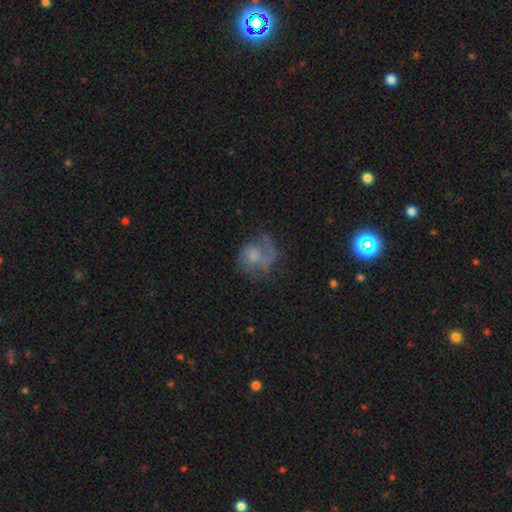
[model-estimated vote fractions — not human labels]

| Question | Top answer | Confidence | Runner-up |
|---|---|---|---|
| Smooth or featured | featured or disk | 57% | smooth (34%) |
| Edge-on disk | no | 98% | yes (2%) |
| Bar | no | 75% | weak (22%) |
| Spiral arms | yes | 78% | no (22%) |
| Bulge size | moderate | 38% | small (33%) |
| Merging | none | 45% | major disturbance (30%) |